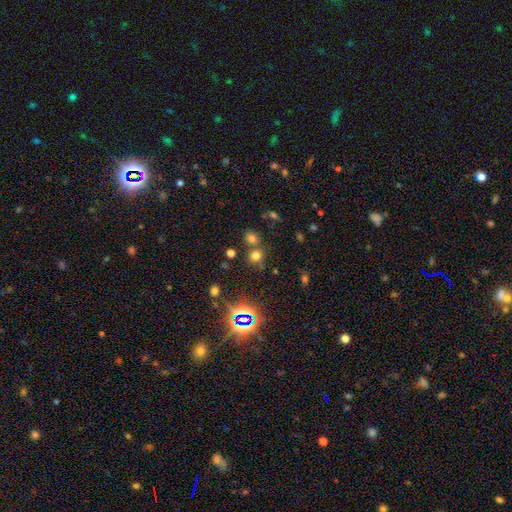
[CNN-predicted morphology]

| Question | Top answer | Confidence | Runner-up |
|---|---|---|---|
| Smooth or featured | smooth | 63% | star or artifact (30%) |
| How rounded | round | 85% | in between (14%) |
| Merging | none | 68% | merger (21%) |